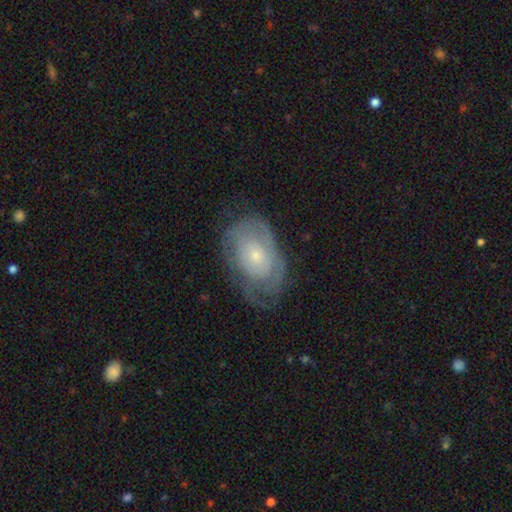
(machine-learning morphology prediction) A featured or disk galaxy (65%) with no bar (83%), spiral arms (72%) and a small central bulge (60%).

Vote fractions:
- Smooth or featured? featured or disk: 65% / smooth: 29% / star or artifact: 7%
- Edge-on disk? no: 95% / yes: 5%
- Bar? no: 83% / weak: 14% / strong: 2%
- Spiral arms? yes: 72% / no: 28%
- Bulge size? small: 60% / moderate: 34% / large: 3% / none: 2% / dominant: 1%
- Merging? none: 58% / minor disturbance: 26% / major disturbance: 14% / merger: 1%